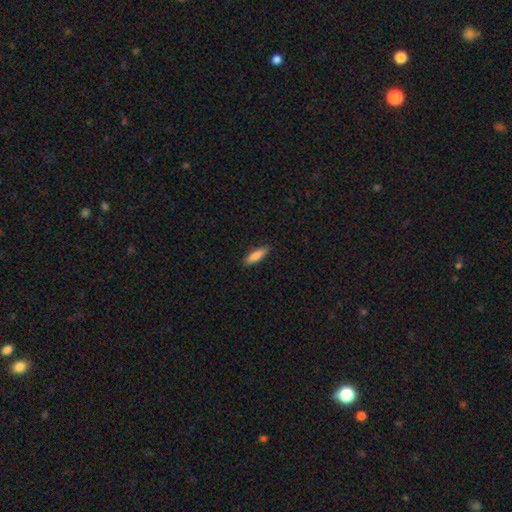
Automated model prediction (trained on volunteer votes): Morphology: type=smooth (81%); roundness=cigar-shaped (68%); merging=none (89%).